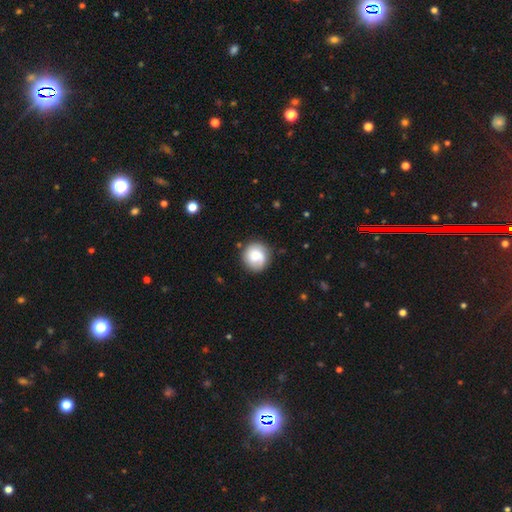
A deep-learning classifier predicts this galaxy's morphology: This appears to be a smooth galaxy with no disk features (69%) that is round (91%). Merging: none (79%).